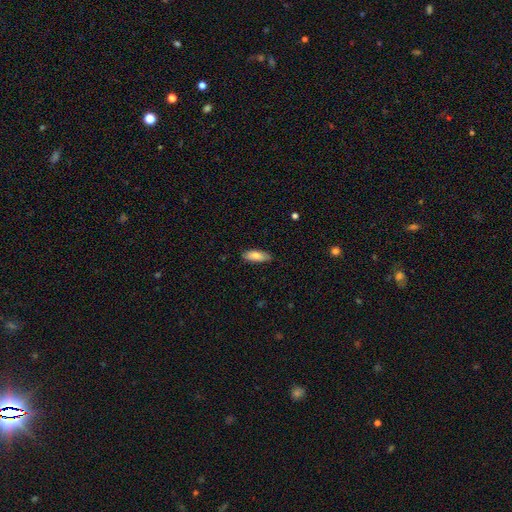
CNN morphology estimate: smooth 79%, featured or disk 15%, star or artifact 6%. Down the decision tree: how rounded — in between (73%); merging — none (81%).